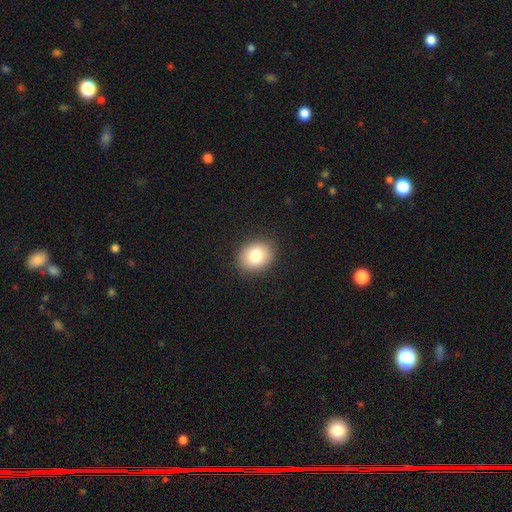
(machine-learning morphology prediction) smooth_or_featured: smooth (p=0.81) [alt: featured or disk p=0.10]
how_rounded: round (p=0.57) [alt: in between p=0.42]
merging: none (p=0.90) [alt: minor disturbance p=0.07]